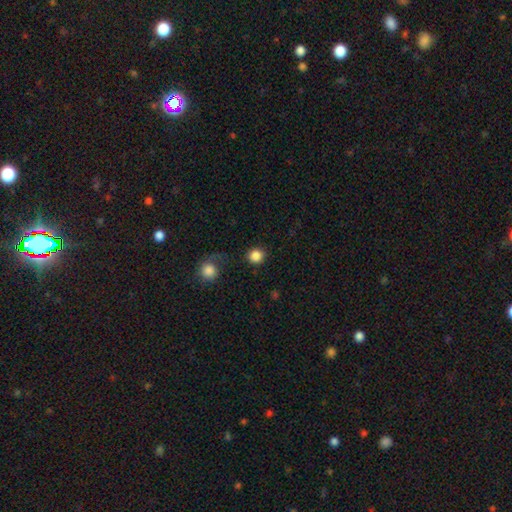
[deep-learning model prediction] A smooth galaxy with no disk features (86%) that is round (91%).

Vote fractions:
- Smooth or featured? smooth: 86% / star or artifact: 10% / featured or disk: 4%
- How rounded? round: 91% / in between: 8% / cigar-shaped: 1%
- Merging? none: 82% / minor disturbance: 9% / major disturbance: 5% / merger: 4%